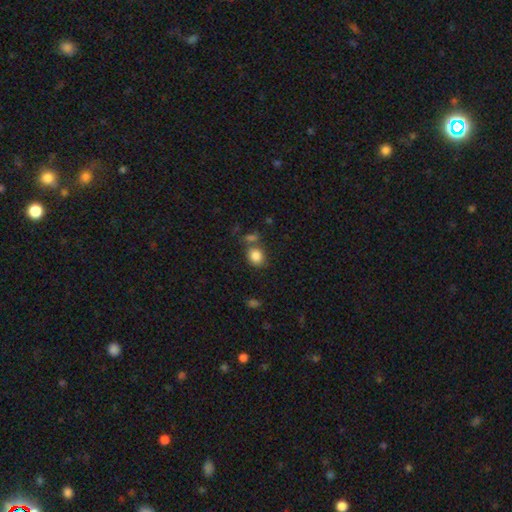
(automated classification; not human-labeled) This is clearly a smooth galaxy (85%). How rounded: likely round (63%). Merging: likely none (65%).